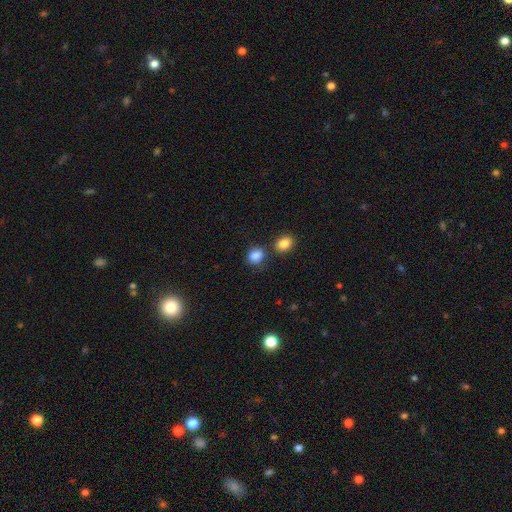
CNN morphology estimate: smooth 86%, star or artifact 10%, featured or disk 4%. Down the decision tree: how rounded — round (66%); merging — none (67%).